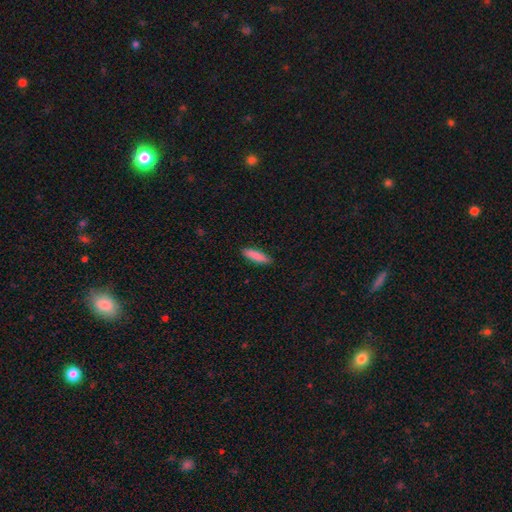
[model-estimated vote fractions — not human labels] Q: Smooth or featured?
A: smooth (87%); runner-up: featured or disk (8%)
Q: How rounded?
A: cigar-shaped (64%); runner-up: in between (34%)
Q: Merging?
A: none (87%); runner-up: minor disturbance (10%)